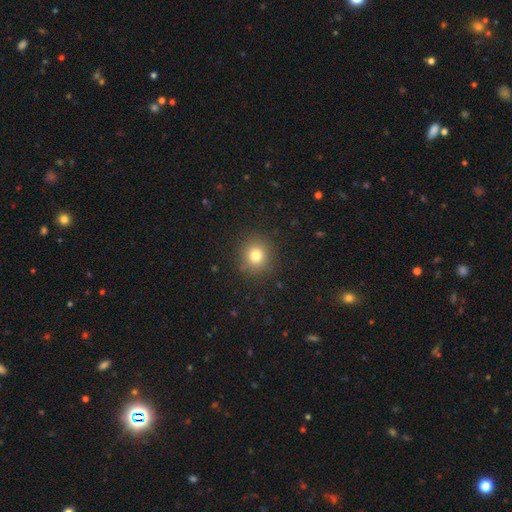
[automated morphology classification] Smooth or featured: smooth — 78% (star or artifact — 14%)
How rounded: round — 89% (in between — 10%)
Merging: none — 89% (minor disturbance — 7%)